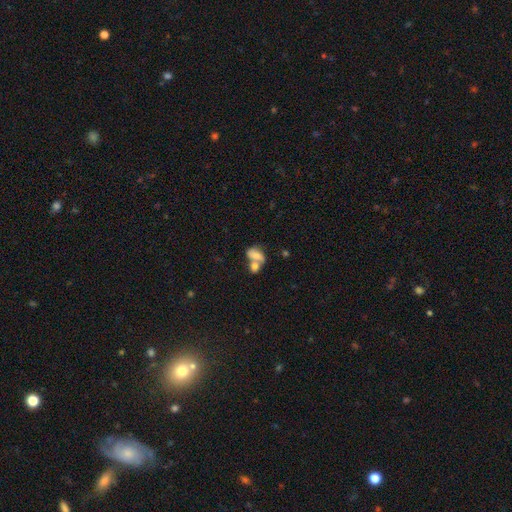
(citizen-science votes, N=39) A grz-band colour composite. It shows a smooth galaxy with no disk features (67%) that is in between round and cigar-shaped (73%). Merging: merger (66%).